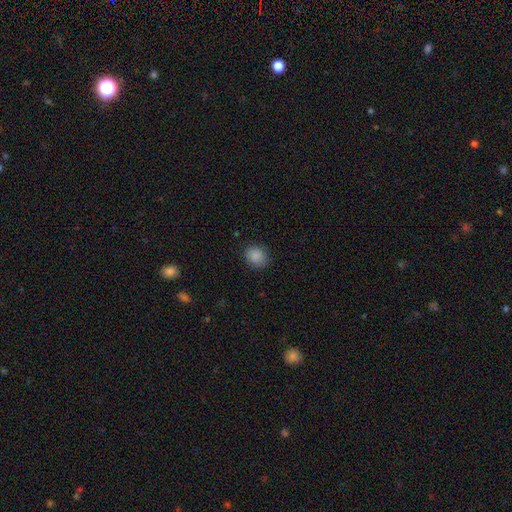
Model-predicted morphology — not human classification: smooth 87%, star or artifact 10%, featured or disk 3%. Down the decision tree: how rounded — round (67%); merging — none (87%).